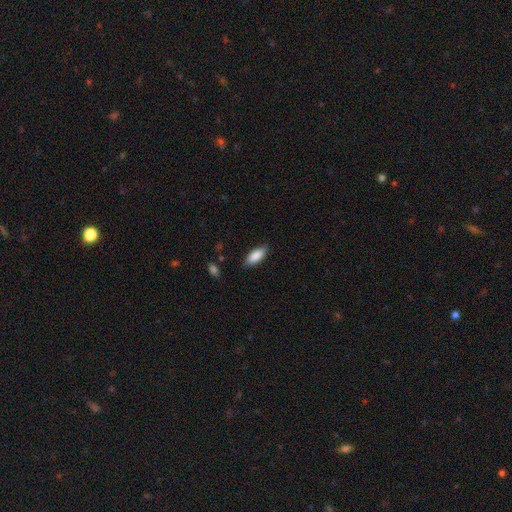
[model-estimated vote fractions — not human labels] Q: Smooth or featured?
A: smooth (88%); runner-up: featured or disk (6%)
Q: How rounded?
A: in between (82%); runner-up: cigar-shaped (16%)
Q: Merging?
A: none (84%); runner-up: minor disturbance (12%)